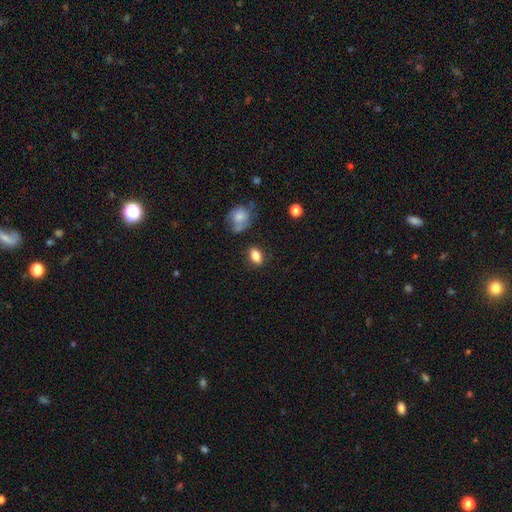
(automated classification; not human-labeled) smooth-or-featured: smooth: 84% | star or artifact: 9% | featured or disk: 8%
  how-rounded: in between: 82% | round: 14% | cigar-shaped: 4%
  merging: none: 81% | minor disturbance: 13% | major disturbance: 3% | merger: 3%